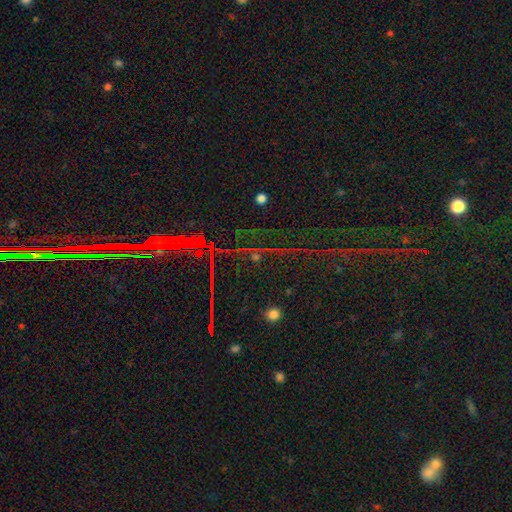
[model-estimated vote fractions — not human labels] Smooth or featured: star or artifact — 77% (smooth — 13%)